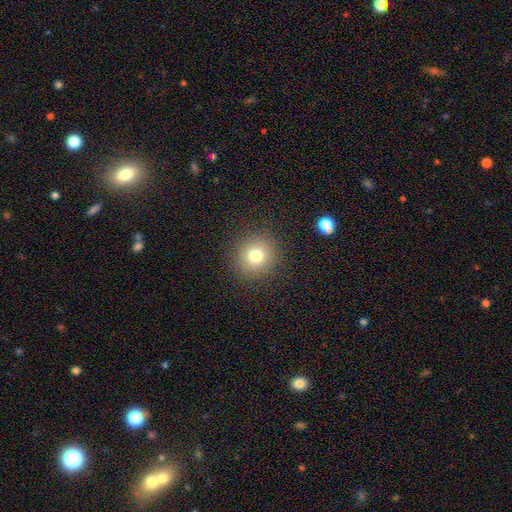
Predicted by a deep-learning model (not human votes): This appears to be a smooth galaxy with no disk features (77%) that is round (88%). Merging: none (90%).